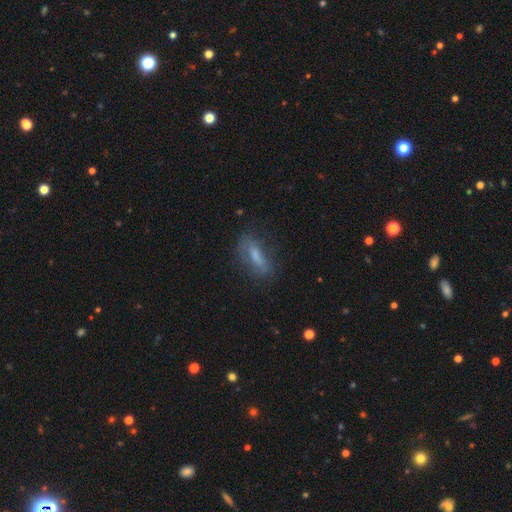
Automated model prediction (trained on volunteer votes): smooth_or_featured: smooth (p=0.55) [alt: featured or disk p=0.35]
how_rounded: in between (p=0.58) [alt: cigar-shaped p=0.39]
merging: none (p=0.64) [alt: minor disturbance p=0.22]